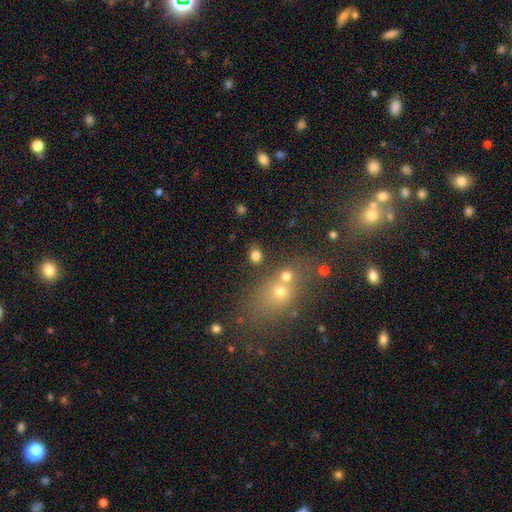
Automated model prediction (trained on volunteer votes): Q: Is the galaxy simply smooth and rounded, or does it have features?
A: smooth — 78%.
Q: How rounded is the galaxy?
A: round — 69%.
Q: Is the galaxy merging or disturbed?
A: none — 74%.